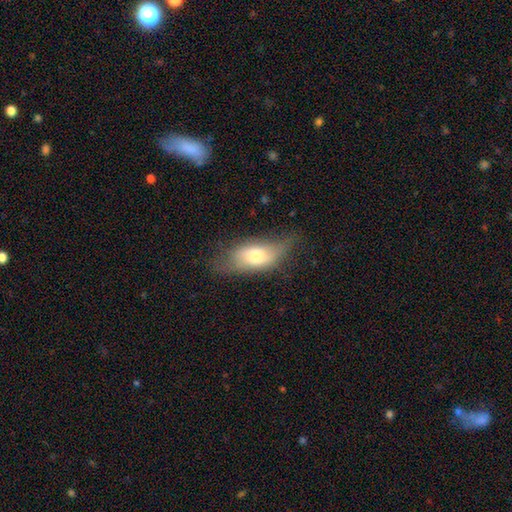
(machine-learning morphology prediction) Smooth or featured?
  - smooth: 60% *
  - featured or disk: 32%
  - star or artifact: 8%
How rounded?
  - in between: 83% *
  - cigar-shaped: 12%
  - round: 5%
Merging?
  - none: 53% *
  - minor disturbance: 31%
  - major disturbance: 14%
  - merger: 2%